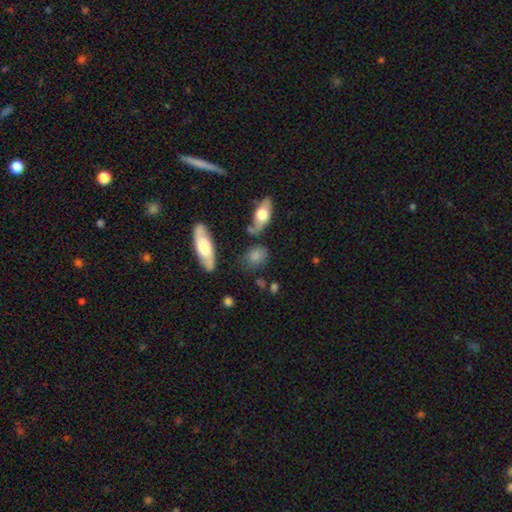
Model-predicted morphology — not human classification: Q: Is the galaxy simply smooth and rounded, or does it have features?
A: smooth — 69%.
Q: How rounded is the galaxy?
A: in between — 51%.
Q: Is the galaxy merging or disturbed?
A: none — 68%.